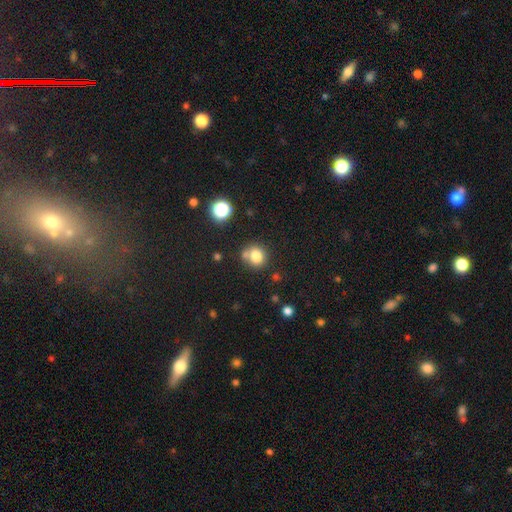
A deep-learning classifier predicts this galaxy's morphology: Smooth or featured? Predicted: smooth (p=0.79). How rounded? Predicted: round (p=0.77). Merging? Predicted: none (p=0.60).